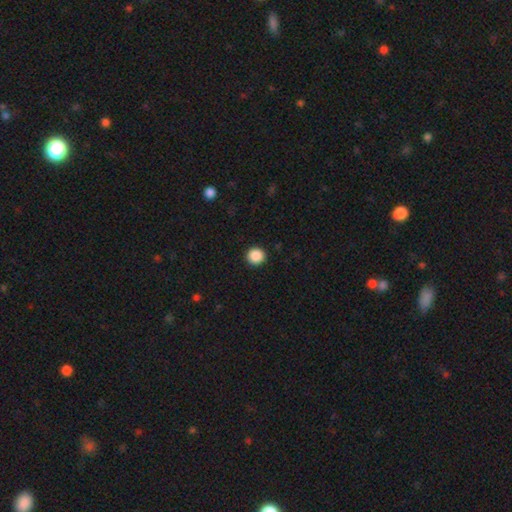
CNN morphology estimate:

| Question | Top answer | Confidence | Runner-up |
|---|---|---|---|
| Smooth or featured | smooth | 89% | star or artifact (9%) |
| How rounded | round | 94% | in between (5%) |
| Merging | none | 93% | minor disturbance (4%) |